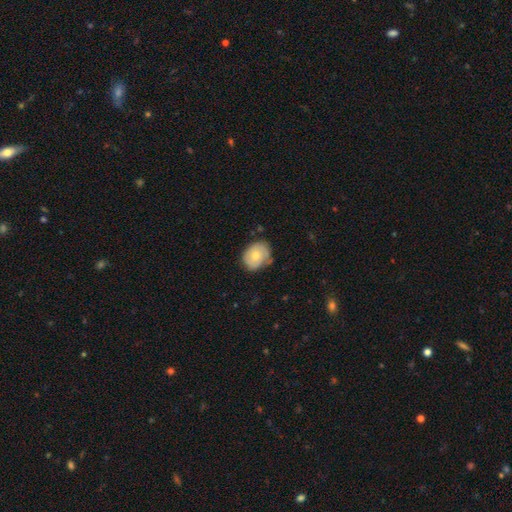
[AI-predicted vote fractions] A smooth galaxy with no disk features (53%) that is round (59%).

Vote fractions:
- Smooth or featured? smooth: 53% / featured or disk: 40% / star or artifact: 7%
- How rounded? round: 59% / in between: 40% / cigar-shaped: 1%
- Merging? none: 65% / minor disturbance: 27% / major disturbance: 6% / merger: 2%